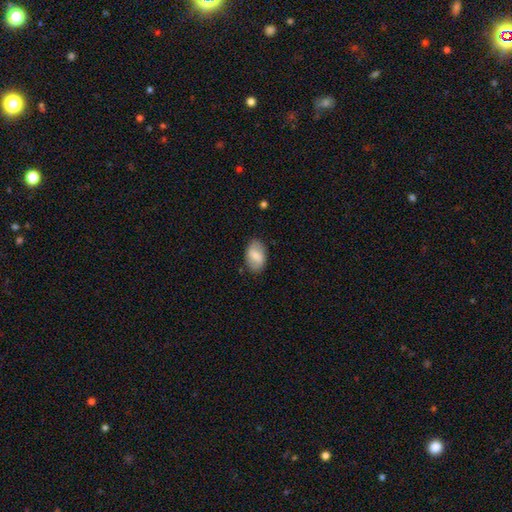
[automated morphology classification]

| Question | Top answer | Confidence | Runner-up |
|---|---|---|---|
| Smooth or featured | smooth | 70% | featured or disk (23%) |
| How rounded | in between | 92% | round (7%) |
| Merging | none | 82% | minor disturbance (13%) |